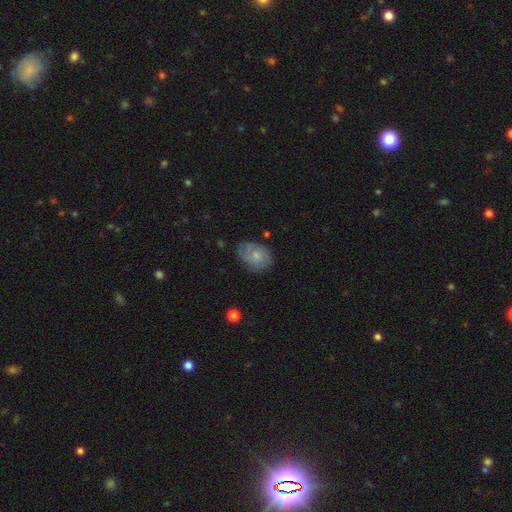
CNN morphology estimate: type=smooth (56%); roundness=in between (66%); merging=none (63%).